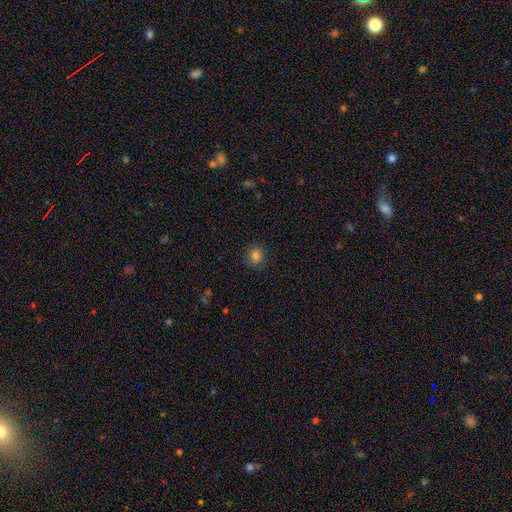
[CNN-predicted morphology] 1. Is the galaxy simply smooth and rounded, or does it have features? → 82% smooth, 13% star or artifact, 6% featured or disk.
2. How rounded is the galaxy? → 82% round, 17% in between, 1% cigar-shaped.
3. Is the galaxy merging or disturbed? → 85% none, 11% minor disturbance, 3% major disturbance, 1% merger.